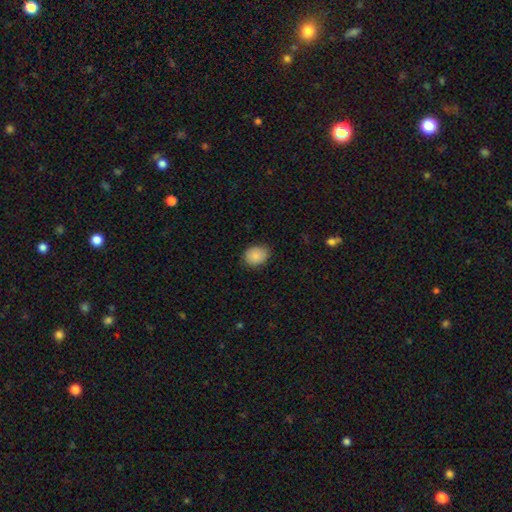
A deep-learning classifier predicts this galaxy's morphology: Q: Smooth or featured?
A: smooth (87%); runner-up: star or artifact (8%)
Q: How rounded?
A: in between (54%); runner-up: round (45%)
Q: Merging?
A: none (82%); runner-up: minor disturbance (14%)